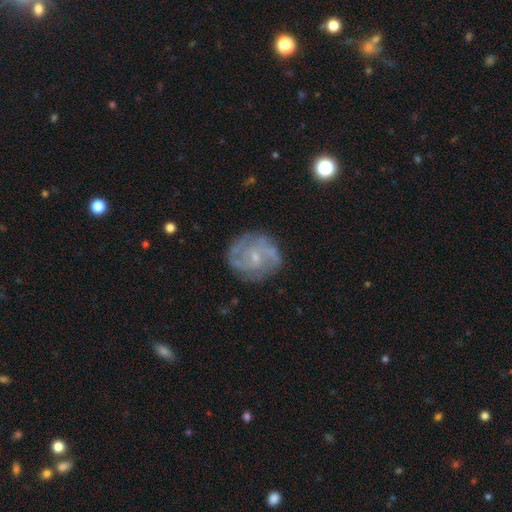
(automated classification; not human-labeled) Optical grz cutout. It shows a featured or disk galaxy (77%) with no bar (64%), tight (45%) spiral arms (88%) and a small central bulge (76%). Merging: none (77%).